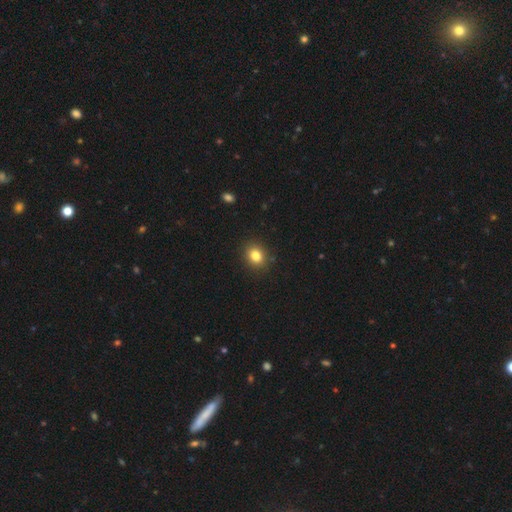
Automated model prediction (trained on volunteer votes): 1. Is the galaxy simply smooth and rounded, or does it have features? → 83% smooth, 12% star or artifact, 6% featured or disk.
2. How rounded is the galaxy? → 64% round, 36% in between, 1% cigar-shaped.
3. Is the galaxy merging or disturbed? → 89% none, 8% minor disturbance, 2% major disturbance, 1% merger.